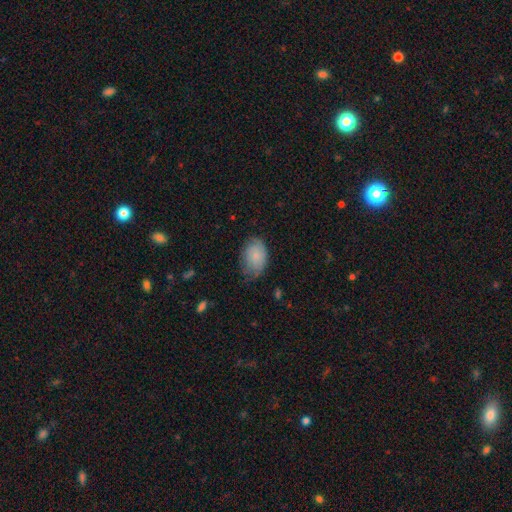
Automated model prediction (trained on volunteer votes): A smooth galaxy with no disk features (78%) that is in between round and cigar-shaped (84%).

Vote fractions:
- Smooth or featured? smooth: 78% / featured or disk: 15% / star or artifact: 7%
- How rounded? in between: 84% / round: 15% / cigar-shaped: 1%
- Merging? none: 55% / minor disturbance: 34% / major disturbance: 10% / merger: 1%